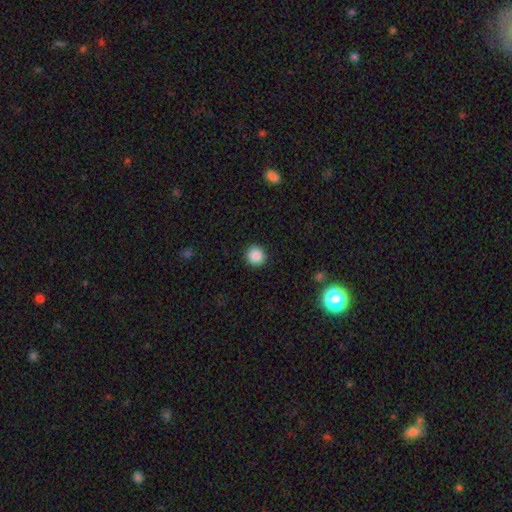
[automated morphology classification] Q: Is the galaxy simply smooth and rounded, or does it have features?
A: smooth — 87%.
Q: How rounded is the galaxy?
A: round — 92%.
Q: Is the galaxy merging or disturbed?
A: none — 91%.